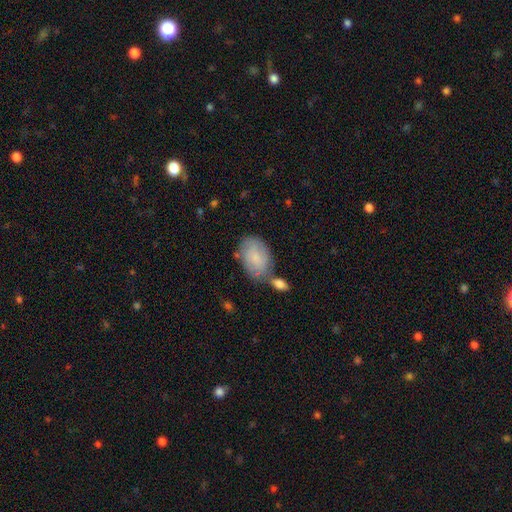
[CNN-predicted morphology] type=smooth (72%); roundness=in between (89%); merging=none (54%).